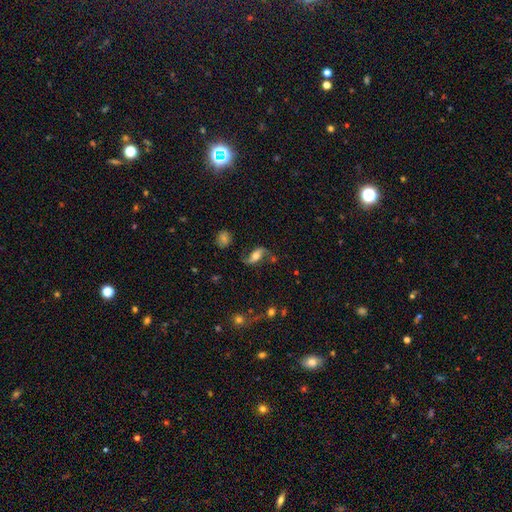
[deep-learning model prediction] This is likely a featured or disk galaxy (73%). It is clearly not viewed edge-on (91%). Bar: possibly no (49%). Spiral arm pattern: clearly yes (91%). Spiral arm count: clearly 2 (92%). Spiral winding: clearly loose (80%). Central bulge: likely moderate (61%). Merging: likely none (70%).